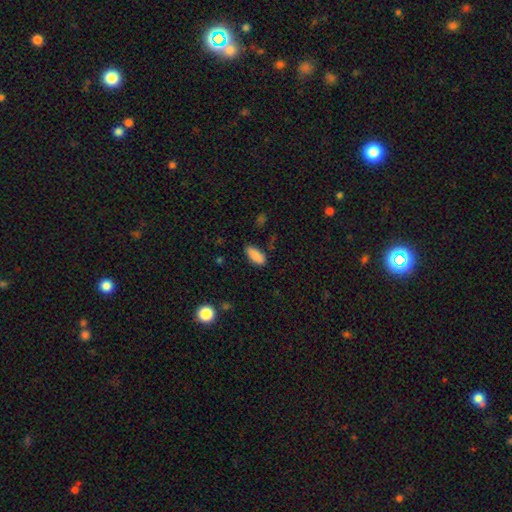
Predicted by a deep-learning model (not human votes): Q: Smooth or featured?
A: smooth (87%); runner-up: star or artifact (8%)
Q: How rounded?
A: in between (86%); runner-up: cigar-shaped (12%)
Q: Merging?
A: none (78%); runner-up: minor disturbance (16%)